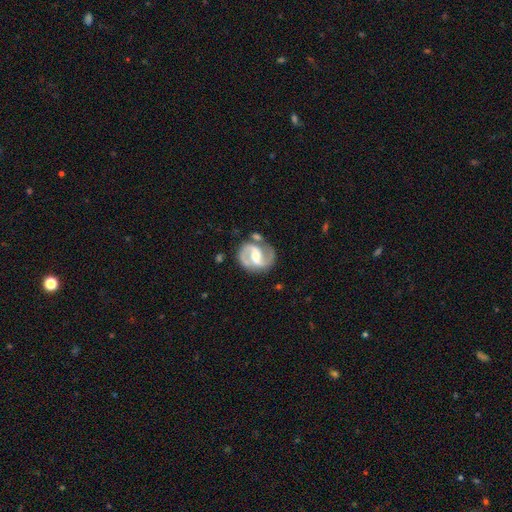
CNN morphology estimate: type=featured or disk (88%); edge-on=no (98%); bar=strong (44%); spiral arms=yes (96%); winding=medium (57%); arm count=2 (92%); bulge=moderate (60%); merging=none (75%).